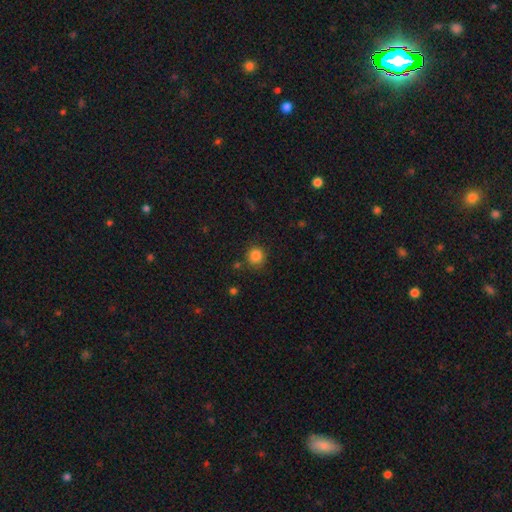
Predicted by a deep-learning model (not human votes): This is clearly a smooth galaxy (85%). How rounded: clearly round (90%). Merging: clearly none (84%).